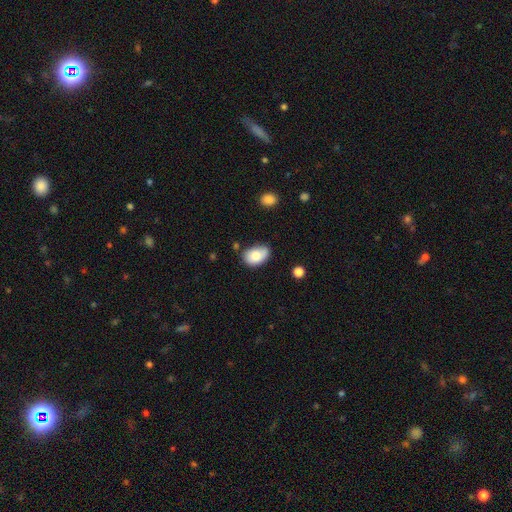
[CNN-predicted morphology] A smooth galaxy with no disk features (77%) that is in between round and cigar-shaped (85%).

Vote fractions:
- Smooth or featured? smooth: 77% / featured or disk: 16% / star or artifact: 8%
- How rounded? in between: 85% / round: 14% / cigar-shaped: 1%
- Merging? none: 58% / minor disturbance: 31% / major disturbance: 7% / merger: 5%